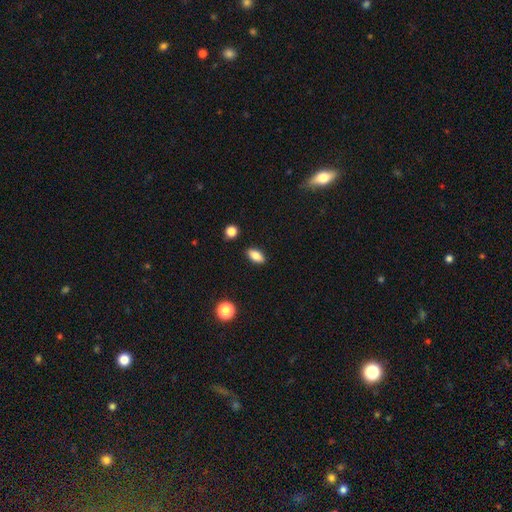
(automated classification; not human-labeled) smooth 83%, featured or disk 9%, star or artifact 8%. Down the decision tree: how rounded — in between (86%); merging — none (88%).